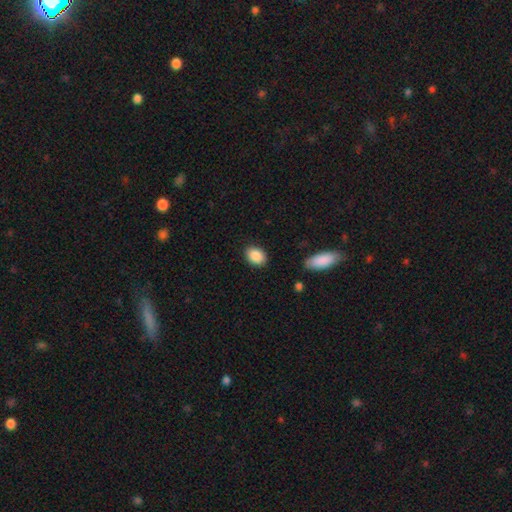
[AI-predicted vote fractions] This appears to be a smooth galaxy with no disk features (88%) that is in between round and cigar-shaped (75%). Merging: none (86%).